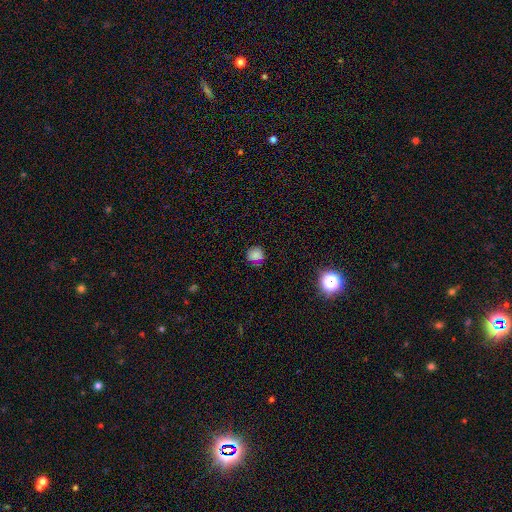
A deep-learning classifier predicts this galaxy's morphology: Smooth or featured?
  - smooth: 77% *
  - star or artifact: 17%
  - featured or disk: 6%
How rounded?
  - round: 87% *
  - in between: 12%
  - cigar-shaped: 1%
Merging?
  - none: 76% *
  - minor disturbance: 17%
  - major disturbance: 4%
  - merger: 3%